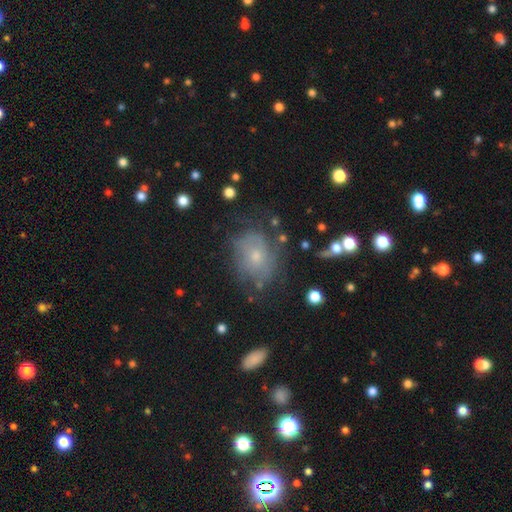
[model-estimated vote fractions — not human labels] smooth-or-featured: featured or disk: 46% | smooth: 42% | star or artifact: 12%
  merging: none: 59% | minor disturbance: 24% | major disturbance: 15% | merger: 3%